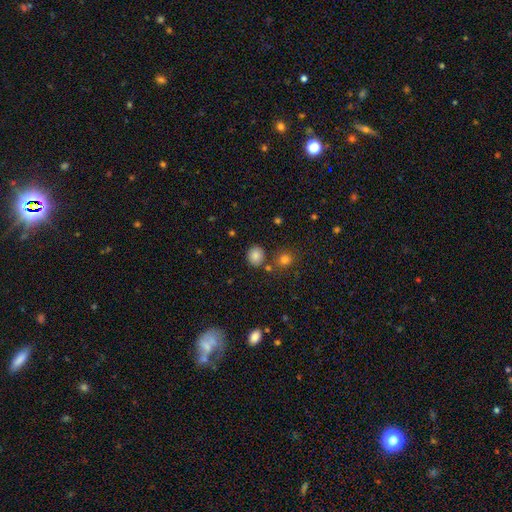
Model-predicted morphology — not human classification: smooth 83%, star or artifact 12%, featured or disk 5%. Down the decision tree: how rounded — round (80%); merging — none (80%).